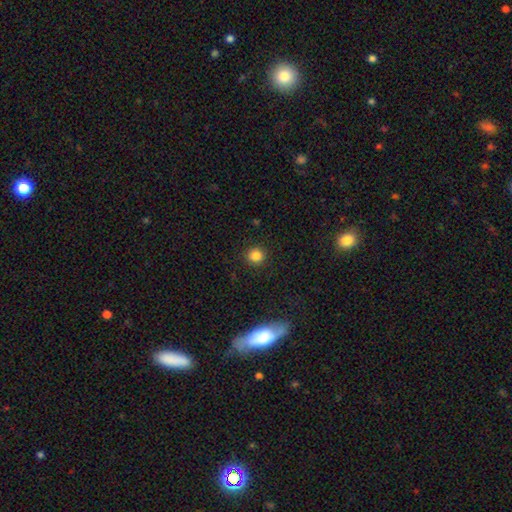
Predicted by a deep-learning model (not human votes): Morphology: type=smooth (83%); roundness=round (93%); merging=none (92%).